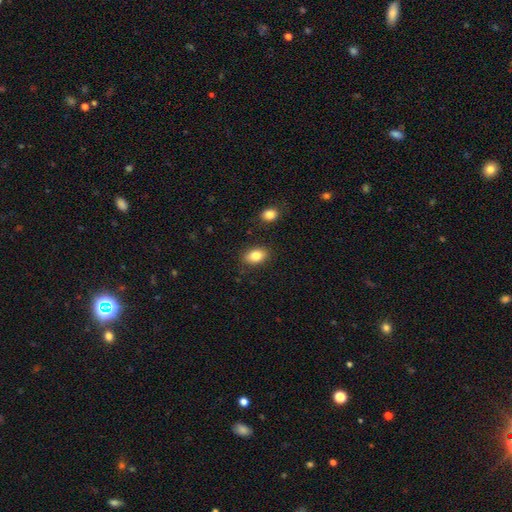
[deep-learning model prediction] Smooth or featured?
  - smooth: 84% *
  - featured or disk: 8%
  - star or artifact: 8%
How rounded?
  - in between: 87% *
  - round: 12%
  - cigar-shaped: 2%
Merging?
  - none: 86% *
  - minor disturbance: 9%
  - merger: 3%
  - major disturbance: 2%